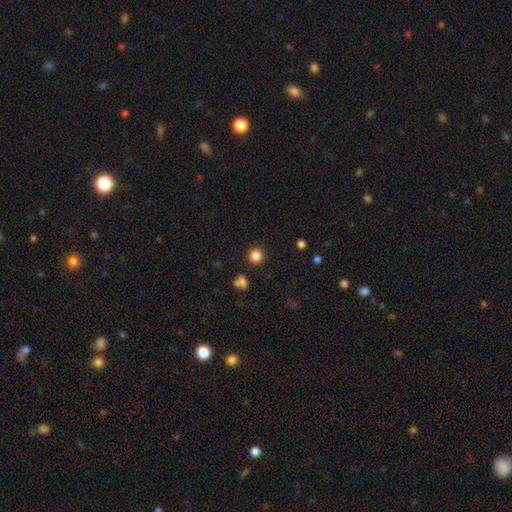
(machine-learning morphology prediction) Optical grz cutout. It shows a smooth galaxy with no disk features (84%) that is round (94%). Merging: none (89%).